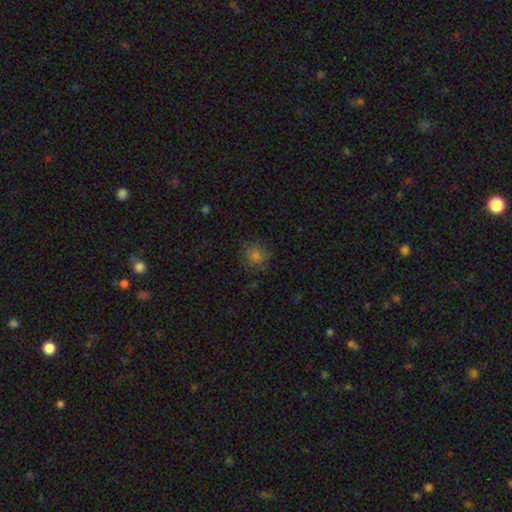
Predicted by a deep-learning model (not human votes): This appears to be a smooth galaxy with no disk features (75%) that is round (89%). Merging: none (83%).